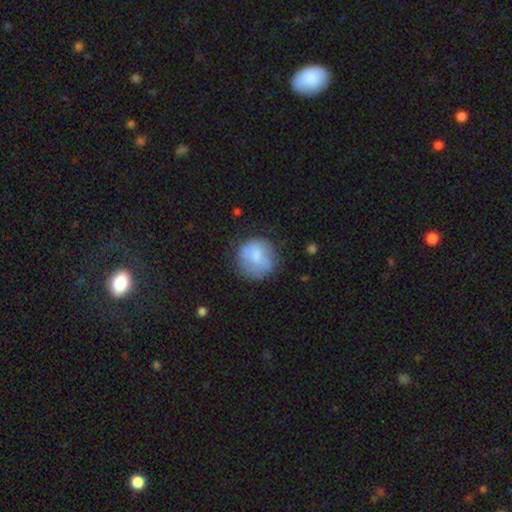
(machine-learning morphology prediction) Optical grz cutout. It shows a smooth galaxy with no disk features (73%) that is round (89%). Merging: none (66%).